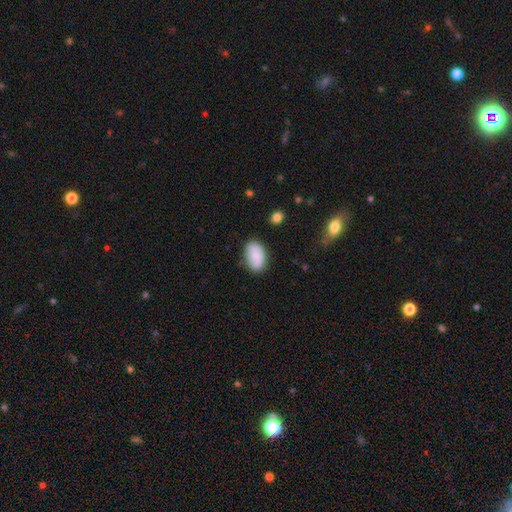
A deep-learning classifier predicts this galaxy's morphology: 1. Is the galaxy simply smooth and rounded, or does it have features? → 81% smooth, 12% featured or disk, 7% star or artifact.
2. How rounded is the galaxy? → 91% in between, 8% round, 1% cigar-shaped.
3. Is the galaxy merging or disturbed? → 73% none, 19% minor disturbance, 4% major disturbance, 4% merger.